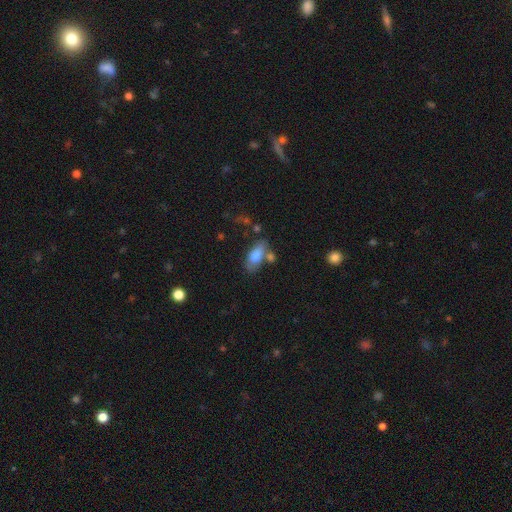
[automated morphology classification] This appears to be a smooth galaxy with no disk features (77%) that is in between round and cigar-shaped (83%). Merging: none (55%).